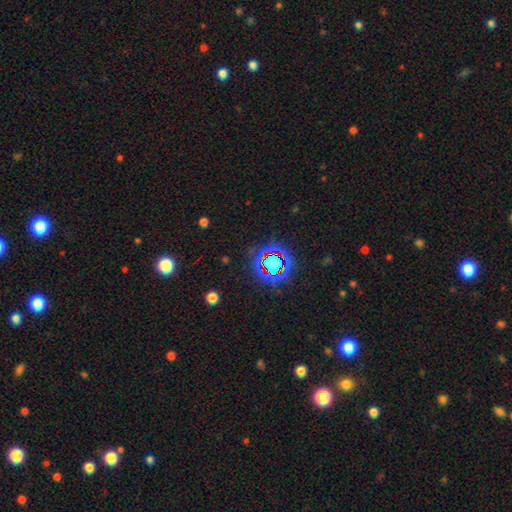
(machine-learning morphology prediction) smooth_or_featured: star or artifact (p=0.72) [alt: smooth p=0.19]